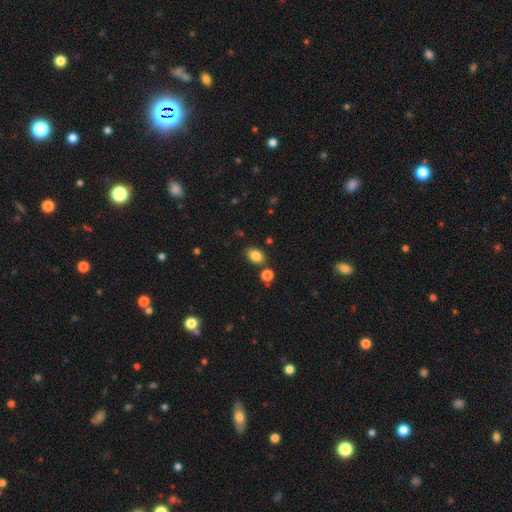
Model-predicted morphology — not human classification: smooth-or-featured: smooth: 84% | star or artifact: 10% | featured or disk: 6%
  how-rounded: in between: 78% | round: 21% | cigar-shaped: 1%
  merging: none: 79% | minor disturbance: 10% | merger: 8% | major disturbance: 3%